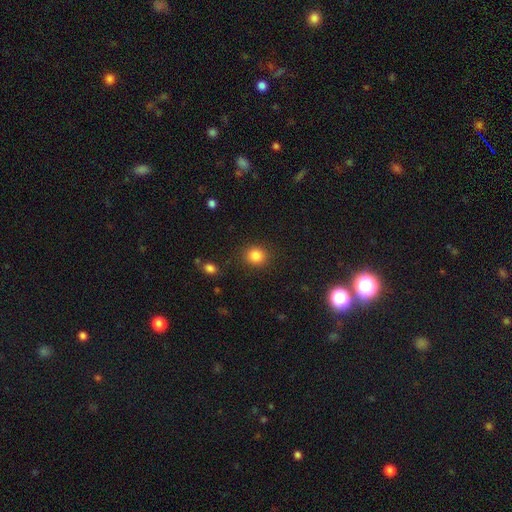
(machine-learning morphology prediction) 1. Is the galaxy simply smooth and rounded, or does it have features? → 85% smooth, 11% star or artifact, 5% featured or disk.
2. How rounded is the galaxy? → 80% round, 19% in between, 1% cigar-shaped.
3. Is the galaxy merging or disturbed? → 88% none, 8% minor disturbance, 3% major disturbance, 2% merger.